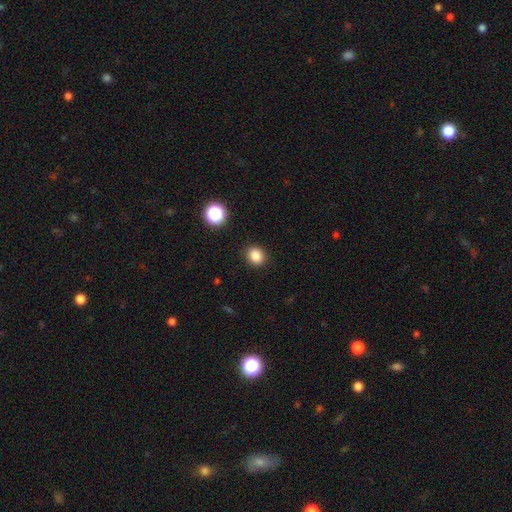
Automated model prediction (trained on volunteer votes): smooth 85%, star or artifact 11%, featured or disk 4%. Down the decision tree: how rounded — round (64%); merging — none (90%).